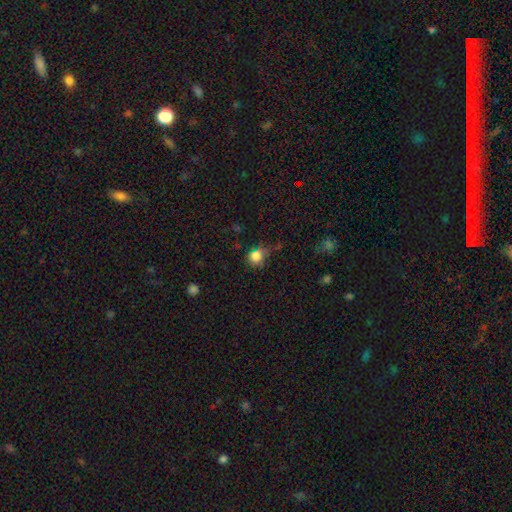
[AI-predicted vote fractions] A smooth galaxy with no disk features (81%) that is round (79%). Merging: none (59%).